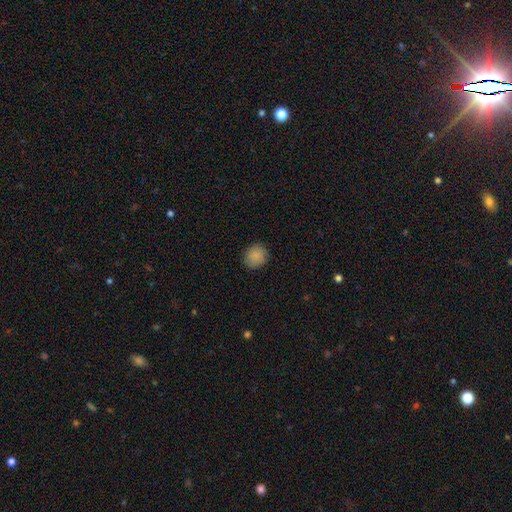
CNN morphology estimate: Smooth or featured? Predicted: smooth (p=0.87). How rounded? Predicted: round (p=0.83). Merging? Predicted: none (p=0.87).